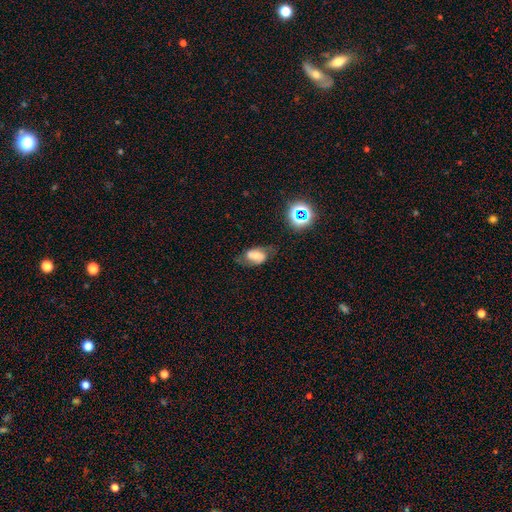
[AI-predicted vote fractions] Smooth or featured? featured or disk (52%)
Edge-on disk? no (95%)
Merging? none (62%)